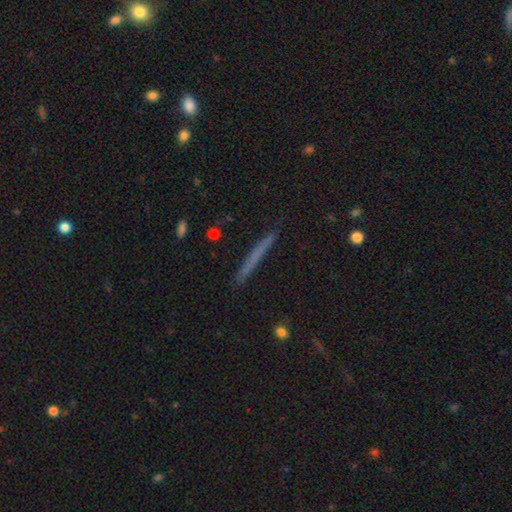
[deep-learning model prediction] Smooth or featured? smooth (56%)
How rounded? cigar-shaped (96%)
Merging? none (90%)